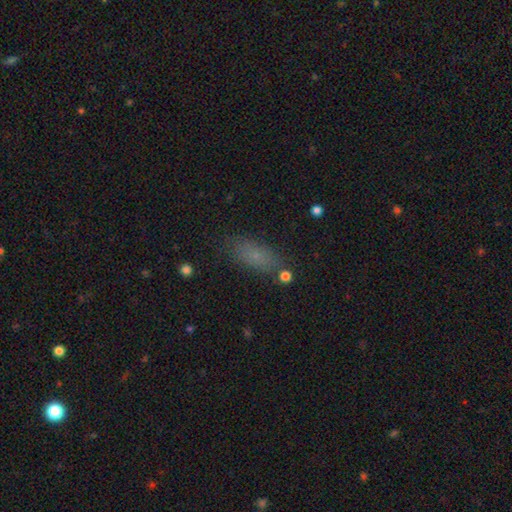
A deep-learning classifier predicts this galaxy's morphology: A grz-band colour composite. It shows a smooth galaxy with no disk features (73%) that is in between round and cigar-shaped (69%). Merging: none (79%).